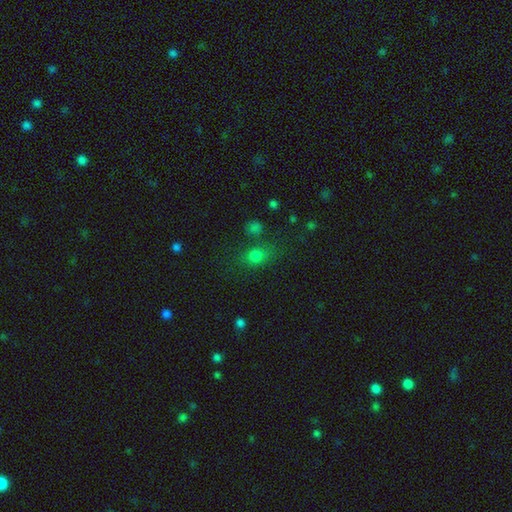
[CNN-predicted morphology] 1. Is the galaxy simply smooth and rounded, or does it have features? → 74% smooth, 18% star or artifact, 8% featured or disk.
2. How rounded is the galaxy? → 54% round, 43% in between, 3% cigar-shaped.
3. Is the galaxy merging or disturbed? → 65% none, 15% minor disturbance, 12% merger, 7% major disturbance.